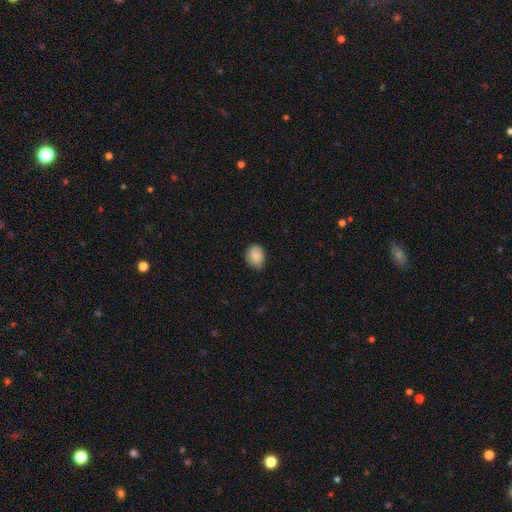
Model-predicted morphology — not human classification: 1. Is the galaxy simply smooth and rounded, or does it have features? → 86% smooth, 8% star or artifact, 7% featured or disk.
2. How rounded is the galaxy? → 60% round, 39% in between, 1% cigar-shaped.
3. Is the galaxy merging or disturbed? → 68% none, 27% minor disturbance, 4% major disturbance, 1% merger.